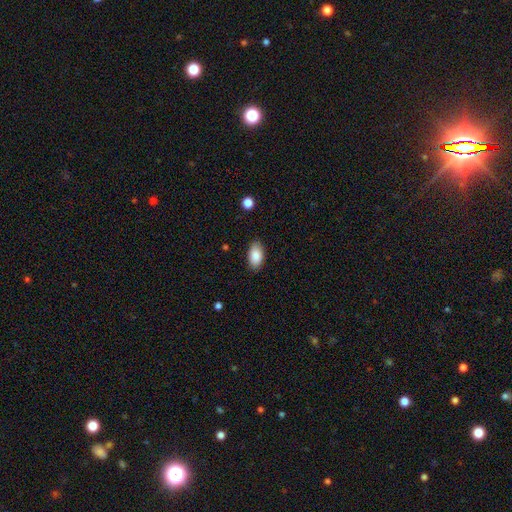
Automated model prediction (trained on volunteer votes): Q: Smooth or featured?
A: smooth (88%); runner-up: star or artifact (7%)
Q: How rounded?
A: in between (94%); runner-up: round (4%)
Q: Merging?
A: none (87%); runner-up: minor disturbance (10%)